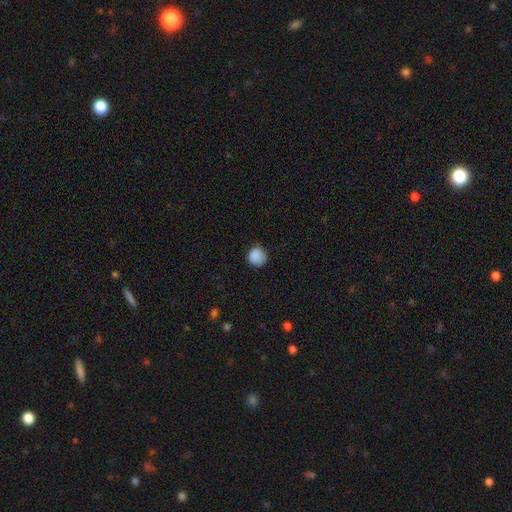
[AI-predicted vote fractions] smooth_or_featured: smooth (p=0.88) [alt: star or artifact p=0.09]
how_rounded: round (p=0.92) [alt: in between p=0.07]
merging: none (p=0.82) [alt: minor disturbance p=0.14]